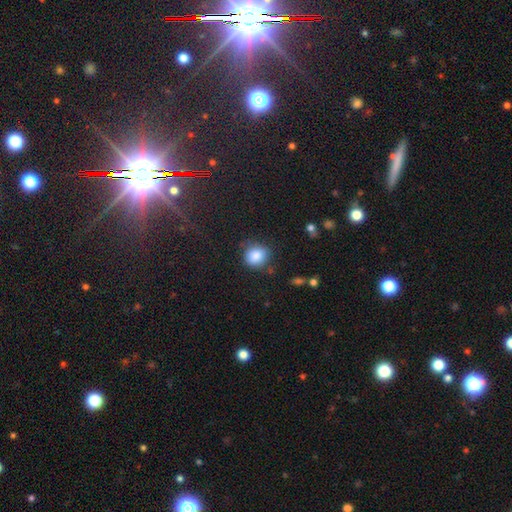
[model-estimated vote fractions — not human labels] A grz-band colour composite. It shows a smooth galaxy with no disk features (85%) that is round (75%). Merging: none (77%).